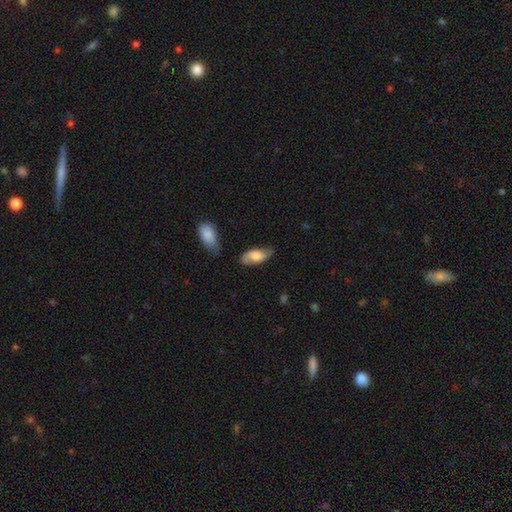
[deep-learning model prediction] Smooth or featured: smooth — 67% (featured or disk — 26%)
How rounded: in between — 87% (cigar-shaped — 10%)
Merging: none — 65% (minor disturbance — 25%)